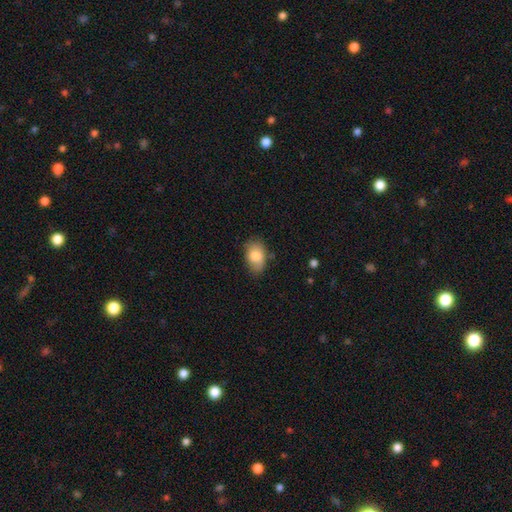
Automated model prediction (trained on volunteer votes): Overall: smooth (82%). How rounded: in between (88%). Merging: none (67%).